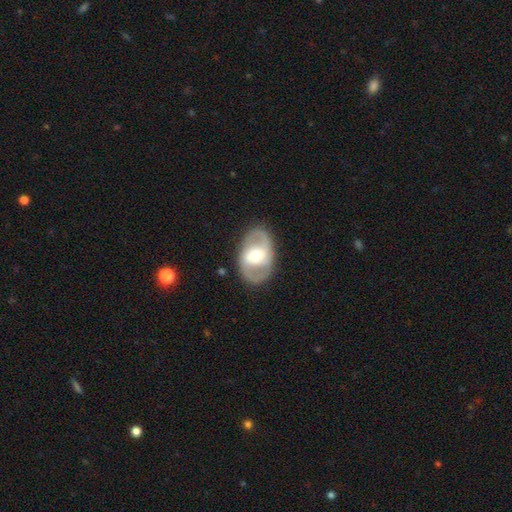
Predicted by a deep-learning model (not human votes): Overall: featured or disk (72%). Edge-on disk: no (94%). Bar: weak (38%; no 33%). Spiral arms: yes (66%; no 34%). Bulge size: moderate (63%). Merging: none (84%).